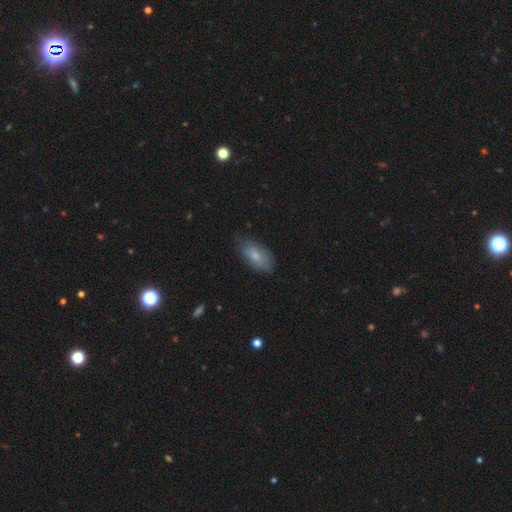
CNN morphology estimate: This appears to be a smooth galaxy with no disk features (75%) that is in between round and cigar-shaped (91%). Merging: none (66%).